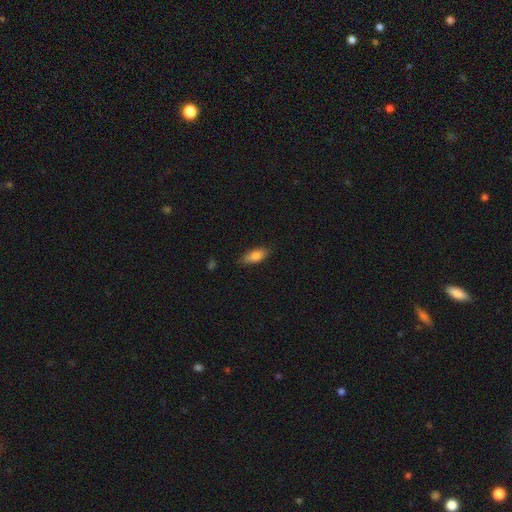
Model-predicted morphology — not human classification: Smooth or featured?
  - smooth: 84% *
  - featured or disk: 9%
  - star or artifact: 7%
How rounded?
  - in between: 79% *
  - cigar-shaped: 18%
  - round: 3%
Merging?
  - none: 79% *
  - minor disturbance: 16%
  - major disturbance: 3%
  - merger: 1%